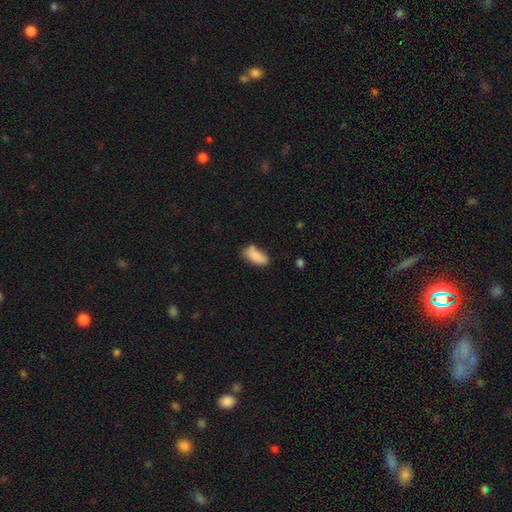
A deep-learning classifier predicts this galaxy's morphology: Smooth or featured?
  - smooth: 86% *
  - star or artifact: 7%
  - featured or disk: 7%
How rounded?
  - in between: 86% *
  - cigar-shaped: 12%
  - round: 2%
Merging?
  - none: 62% *
  - minor disturbance: 25%
  - merger: 8%
  - major disturbance: 5%